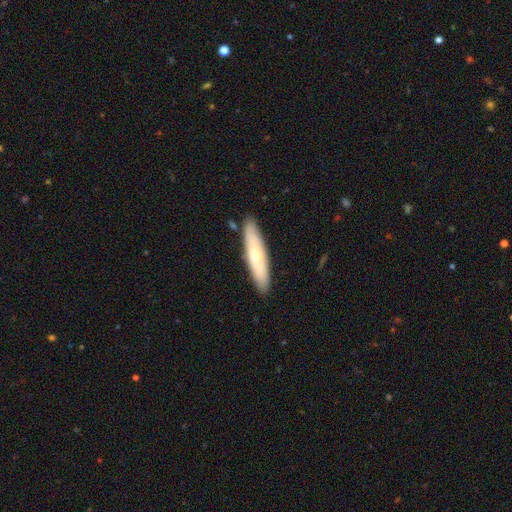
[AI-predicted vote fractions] Morphology: type=smooth (60%); roundness=cigar-shaped (81%); merging=none (87%).